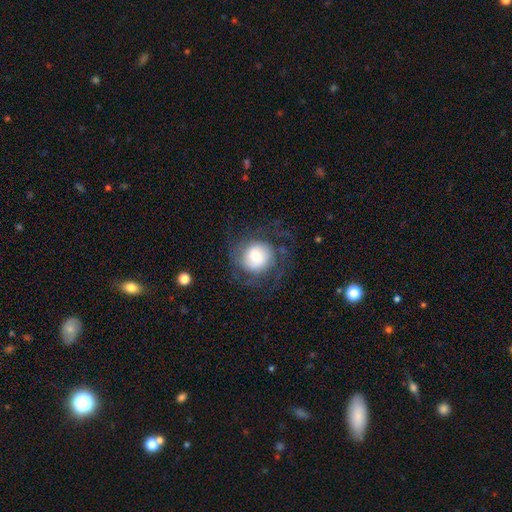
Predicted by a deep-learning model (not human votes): Morphology: type=featured or disk (48%); merging=none (61%).